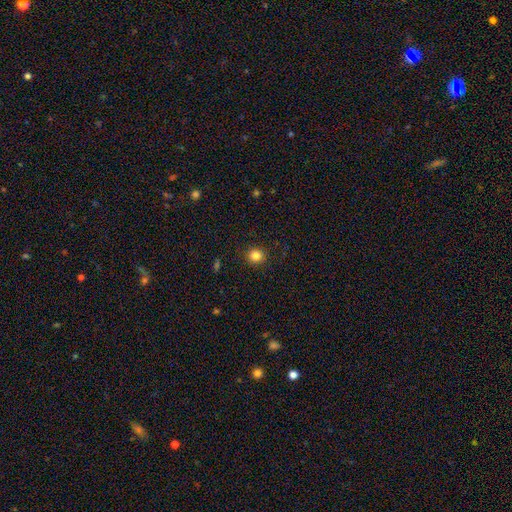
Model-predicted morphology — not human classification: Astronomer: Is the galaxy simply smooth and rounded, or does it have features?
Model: smooth — 84%.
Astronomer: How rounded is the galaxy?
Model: round — 89%.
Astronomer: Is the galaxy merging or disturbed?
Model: none — 91%.